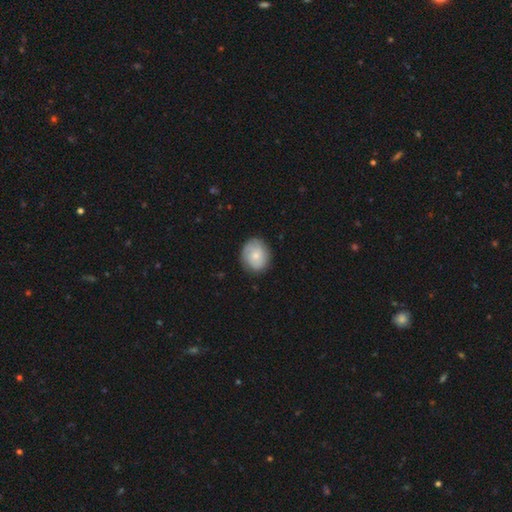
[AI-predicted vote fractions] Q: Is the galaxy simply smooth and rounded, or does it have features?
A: smooth — 62%.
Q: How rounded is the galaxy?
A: round — 70%.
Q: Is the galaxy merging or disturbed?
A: none — 82%.